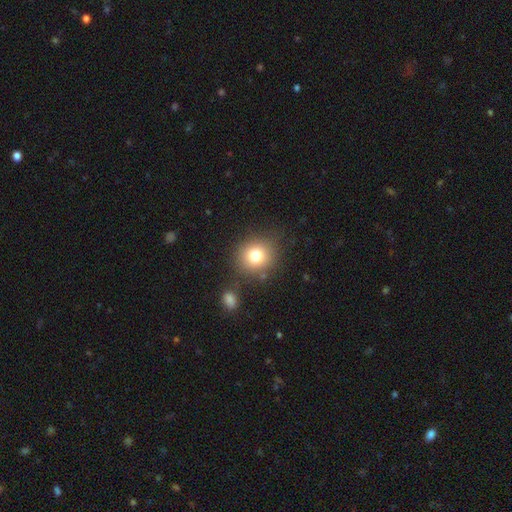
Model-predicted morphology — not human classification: Smooth or featured? smooth (77%)
How rounded? round (82%)
Merging? none (79%)